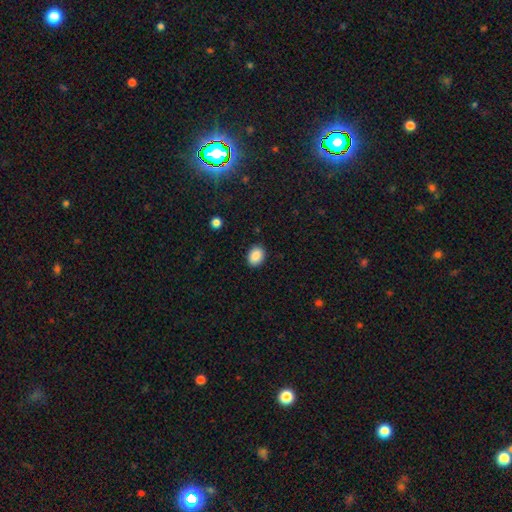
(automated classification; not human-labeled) smooth-or-featured: smooth: 88% | star or artifact: 8% | featured or disk: 4%
  how-rounded: in between: 62% | round: 37% | cigar-shaped: 1%
  merging: none: 88% | minor disturbance: 8% | major disturbance: 2% | merger: 1%